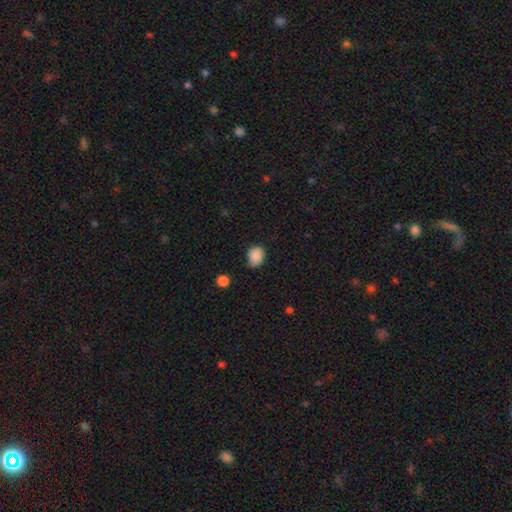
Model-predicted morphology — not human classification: smooth-or-featured: smooth: 87% | star or artifact: 9% | featured or disk: 4%
  how-rounded: round: 52% | in between: 47% | cigar-shaped: 1%
  merging: none: 68% | minor disturbance: 26% | major disturbance: 4% | merger: 2%